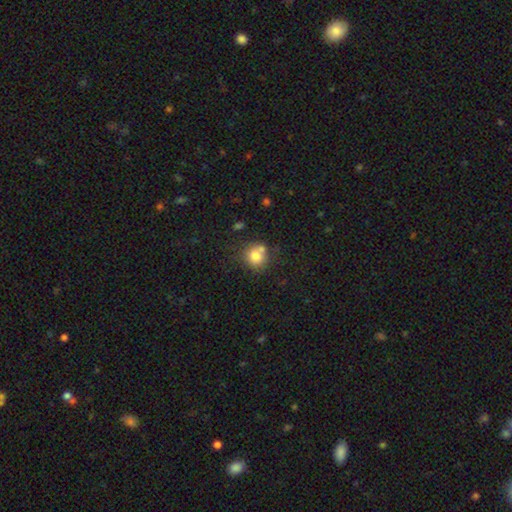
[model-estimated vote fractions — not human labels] A smooth galaxy with no disk features (78%) that is round (84%).

Vote fractions:
- Smooth or featured? smooth: 78% / star or artifact: 12% / featured or disk: 11%
- How rounded? round: 84% / in between: 15% / cigar-shaped: 1%
- Merging? none: 58% / merger: 22% / minor disturbance: 14% / major disturbance: 5%